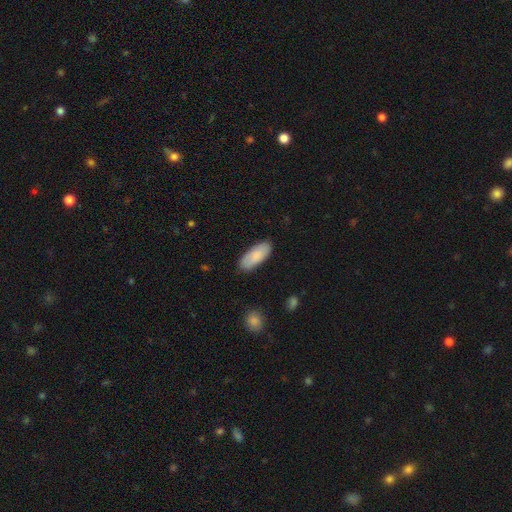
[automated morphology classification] smooth_or_featured: smooth (p=0.84) [alt: featured or disk p=0.10]
how_rounded: in between (p=0.84) [alt: cigar-shaped p=0.14]
merging: none (p=0.85) [alt: minor disturbance p=0.11]